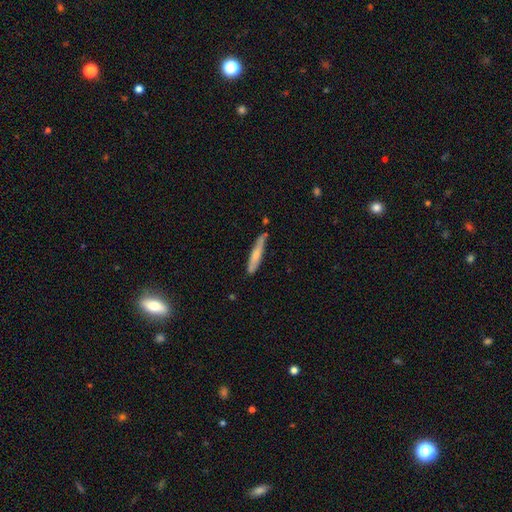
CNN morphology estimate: smooth_or_featured: smooth (p=0.70) [alt: featured or disk p=0.25]
how_rounded: cigar-shaped (p=0.91) [alt: in between p=0.07]
merging: none (p=0.68) [alt: minor disturbance p=0.21]